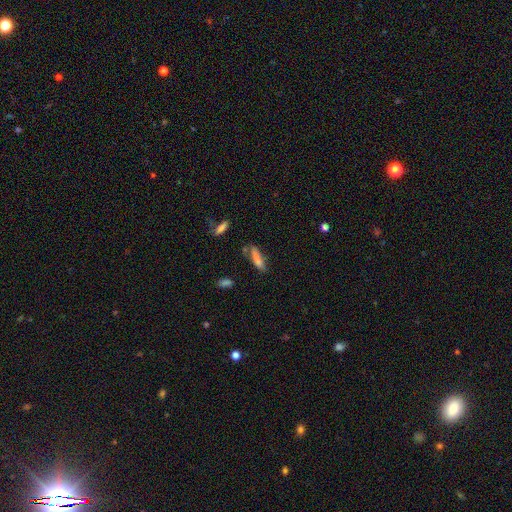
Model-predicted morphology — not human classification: A smooth galaxy with no disk features (72%) that is cigar-shaped (75%). Merging: none (62%).